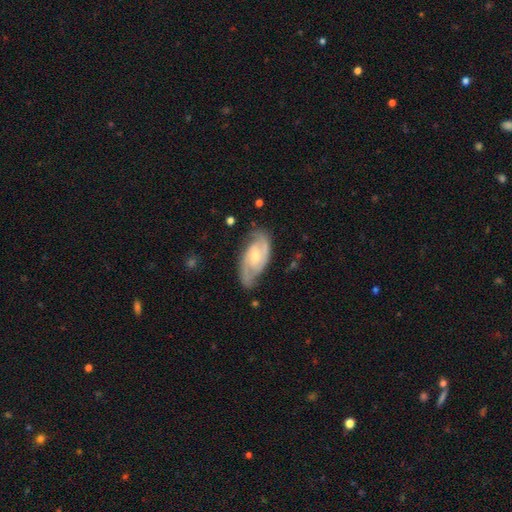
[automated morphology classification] smooth_or_featured: featured or disk (p=0.87) [alt: smooth p=0.09]
disk_edge_on: no (p=0.95) [alt: yes p=0.05]
bar: no (p=0.47) [alt: weak p=0.43]
has_spiral_arms: yes (p=0.97) [alt: no p=0.03]
spiral_winding: tight (p=0.46) [alt: medium p=0.45]
spiral_arm_count: 2 (p=0.85) [alt: can't tell p=0.06]
bulge_size: small (p=0.50) [alt: moderate p=0.45]
merging: none (p=0.76) [alt: minor disturbance p=0.18]